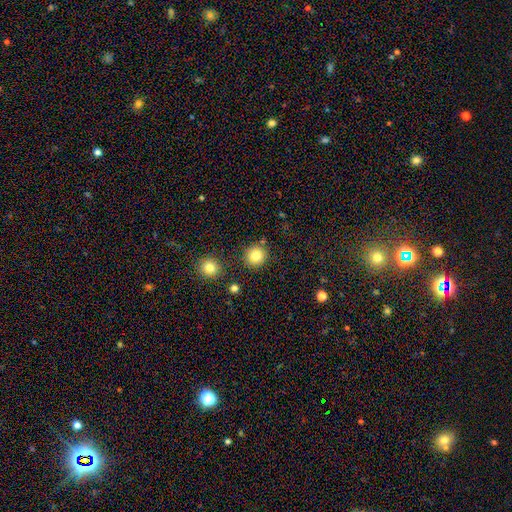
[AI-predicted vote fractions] This is clearly a smooth galaxy (83%). How rounded: clearly round (91%). Merging: clearly none (85%).